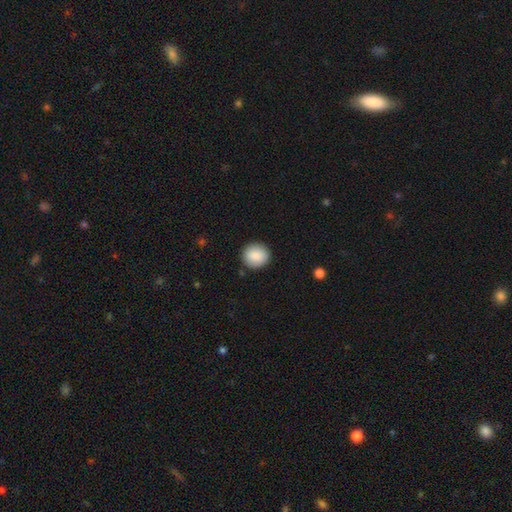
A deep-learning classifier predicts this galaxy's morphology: Smooth or featured?
  - smooth: 88% *
  - star or artifact: 7%
  - featured or disk: 5%
How rounded?
  - round: 88% *
  - in between: 11%
  - cigar-shaped: 1%
Merging?
  - none: 89% *
  - minor disturbance: 8%
  - major disturbance: 2%
  - merger: 1%